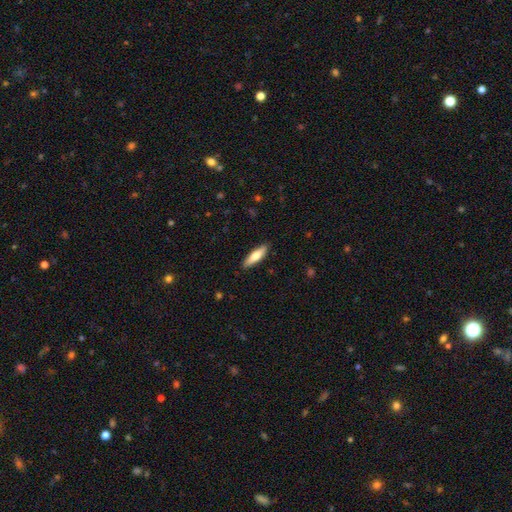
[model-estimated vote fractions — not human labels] smooth 68%, featured or disk 27%, star or artifact 5%. Down the decision tree: how rounded — cigar-shaped (63%); merging — none (89%).